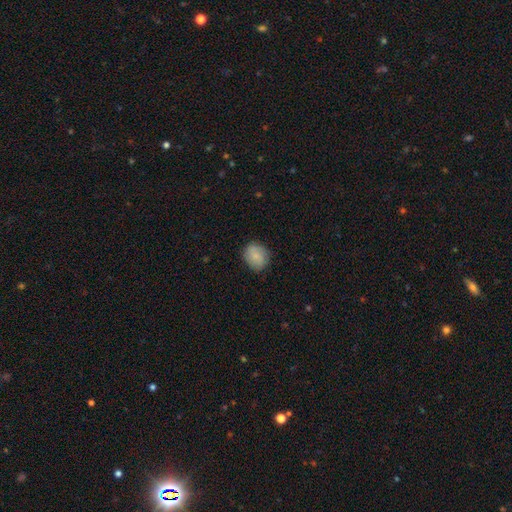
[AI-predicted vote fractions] smooth_or_featured: smooth (p=0.81) [alt: featured or disk p=0.12]
how_rounded: round (p=0.67) [alt: in between p=0.32]
merging: none (p=0.81) [alt: minor disturbance p=0.14]